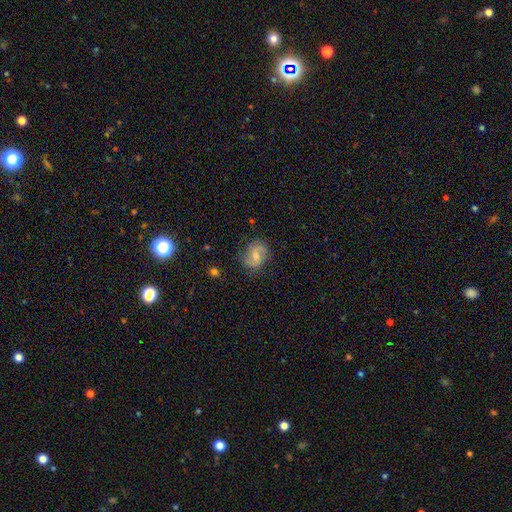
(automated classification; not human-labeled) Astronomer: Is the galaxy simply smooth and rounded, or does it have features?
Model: featured or disk — 55% (runner-up: smooth, 37%).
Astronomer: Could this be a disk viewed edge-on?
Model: no — 97%.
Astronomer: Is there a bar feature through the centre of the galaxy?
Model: no — 51% (runner-up: weak, 41%).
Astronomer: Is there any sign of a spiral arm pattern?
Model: yes — 87%.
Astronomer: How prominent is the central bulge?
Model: moderate — 49% (runner-up: small, 44%).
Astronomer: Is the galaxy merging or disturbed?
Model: none — 72%.